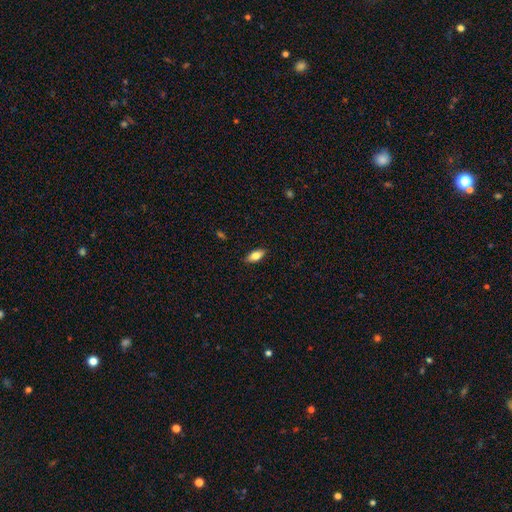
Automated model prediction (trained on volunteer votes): Smooth or featured? Predicted: smooth (p=0.75). How rounded? Predicted: in between (p=0.83). Merging? Predicted: none (p=0.88).